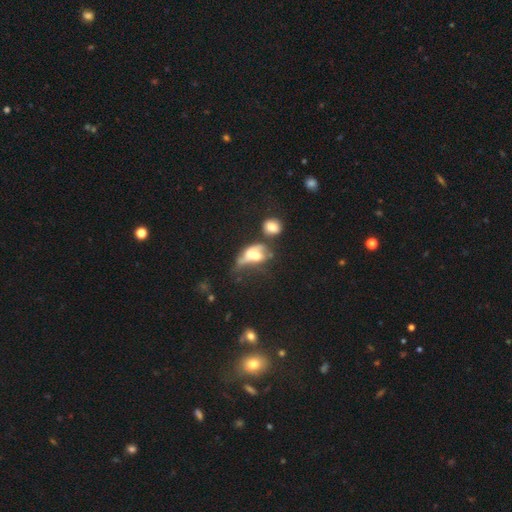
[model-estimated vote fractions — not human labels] Q: Smooth or featured?
A: featured or disk (44%); runner-up: smooth (43%)
Q: Merging?
A: merger (38%); runner-up: major disturbance (31%)